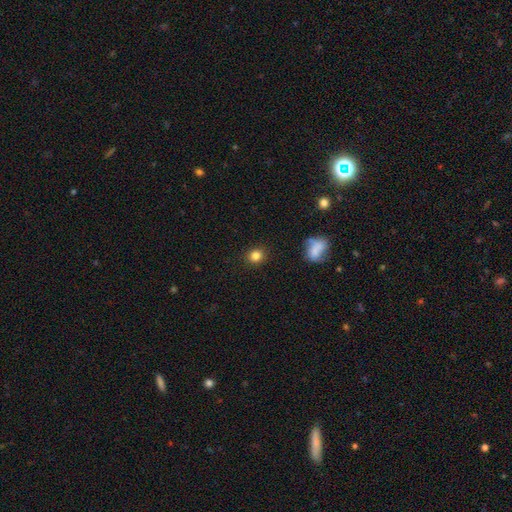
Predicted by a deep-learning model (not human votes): Smooth or featured? Predicted: smooth (p=0.84). How rounded? Predicted: round (p=0.80). Merging? Predicted: none (p=0.88).